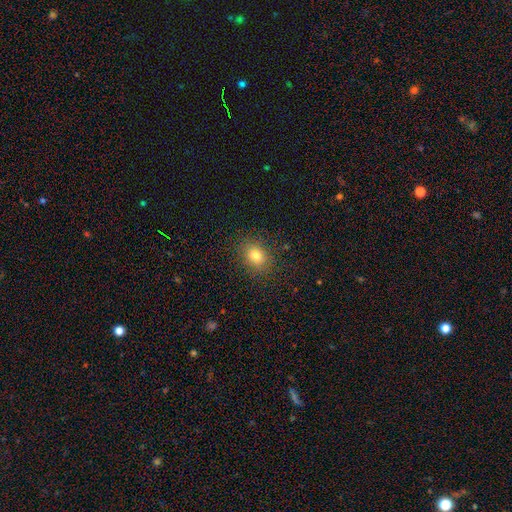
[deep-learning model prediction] This is clearly a smooth galaxy (80%). How rounded: possibly round (53%). Merging: clearly none (87%).